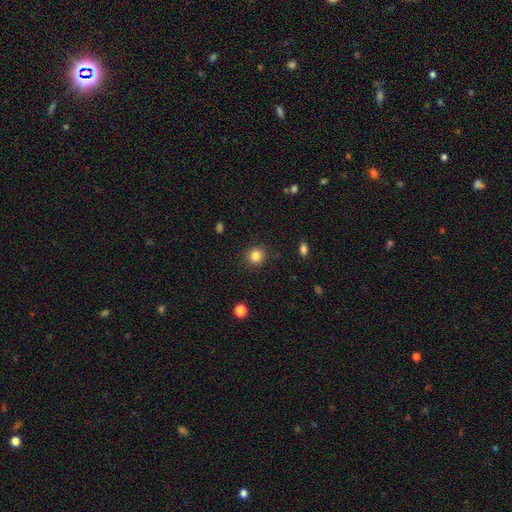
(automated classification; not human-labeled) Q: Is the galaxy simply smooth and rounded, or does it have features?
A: smooth — 84%.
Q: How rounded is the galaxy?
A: round — 90%.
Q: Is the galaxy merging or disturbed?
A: none — 89%.